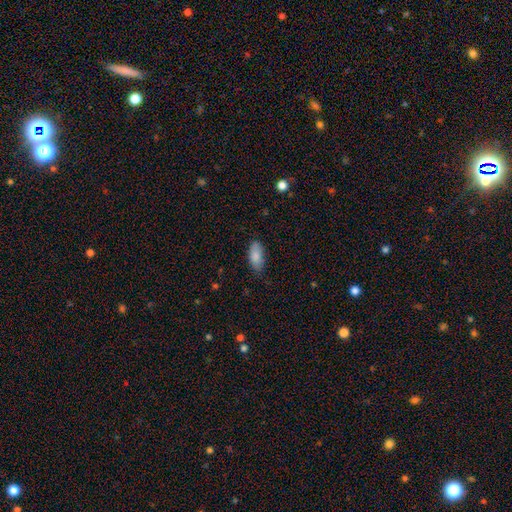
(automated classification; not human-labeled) smooth_or_featured: smooth (p=0.85) [alt: featured or disk p=0.08]
how_rounded: in between (p=0.88) [alt: cigar-shaped p=0.10]
merging: none (p=0.73) [alt: minor disturbance p=0.22]